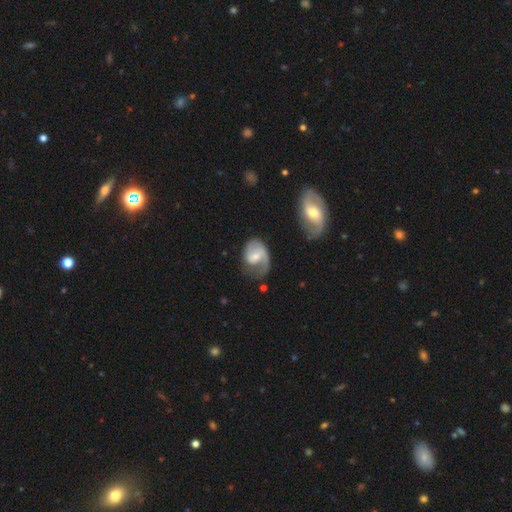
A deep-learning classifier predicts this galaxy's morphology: smooth_or_featured: featured or disk (p=0.66) [alt: smooth p=0.28]
disk_edge_on: no (p=0.97) [alt: yes p=0.03]
bar: weak (p=0.48) [alt: no p=0.39]
has_spiral_arms: yes (p=0.86) [alt: no p=0.14]
spiral_winding: medium (p=0.41) [alt: loose p=0.35]
spiral_arm_count: 1 (p=0.45) [alt: 2 p=0.41]
bulge_size: moderate (p=0.45) [tied with: small p=0.45]
merging: none (p=0.44) [alt: minor disturbance p=0.27]